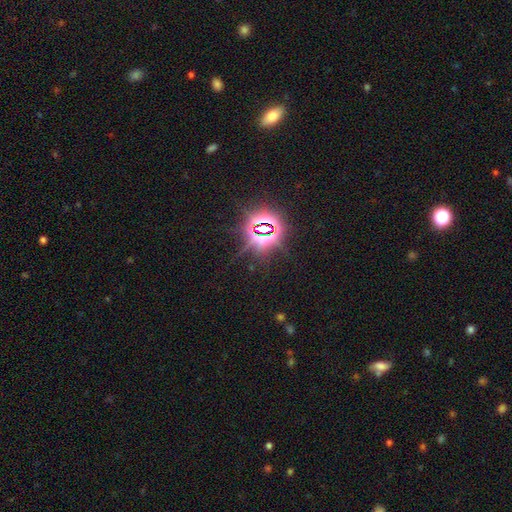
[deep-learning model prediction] Overall: star or artifact (80%).